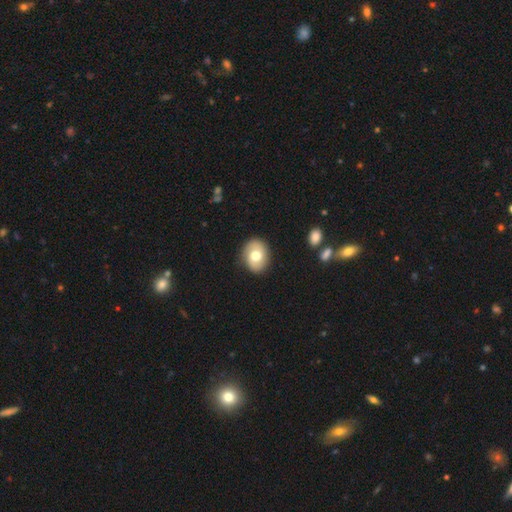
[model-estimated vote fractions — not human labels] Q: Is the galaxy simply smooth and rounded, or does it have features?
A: smooth — 67%.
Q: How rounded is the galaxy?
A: in between — 51%.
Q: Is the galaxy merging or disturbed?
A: none — 85%.